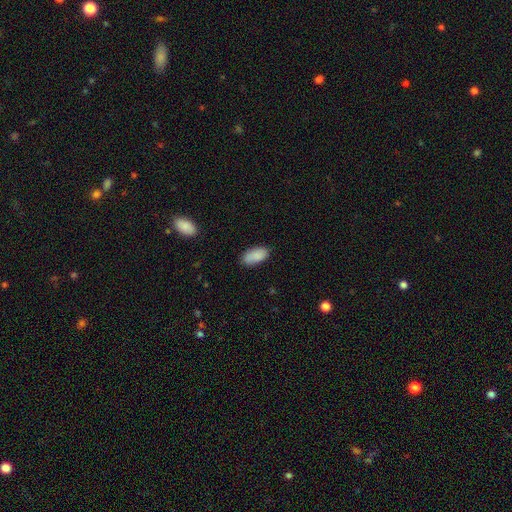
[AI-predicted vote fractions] Overall: smooth (88%). How rounded: in between (91%). Merging: none (81%).